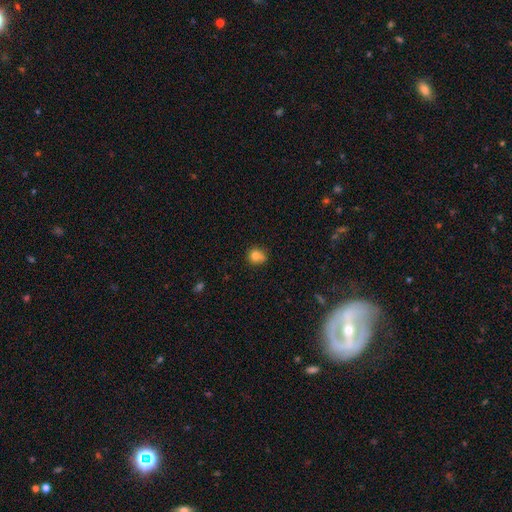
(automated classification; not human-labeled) A smooth galaxy with no disk features (78%) that is round (77%).

Vote fractions:
- Smooth or featured? smooth: 78% / star or artifact: 11% / featured or disk: 11%
- How rounded? round: 77% / in between: 22% / cigar-shaped: 1%
- Merging? none: 56% / minor disturbance: 22% / merger: 16% / major disturbance: 6%